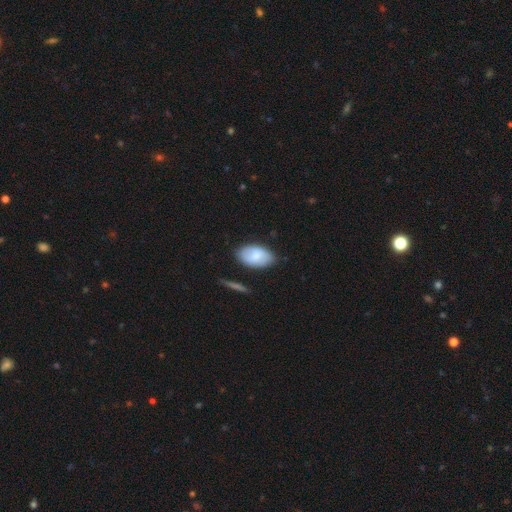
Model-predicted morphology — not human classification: Overall: smooth (76%). How rounded: in between (93%). Merging: none (78%).